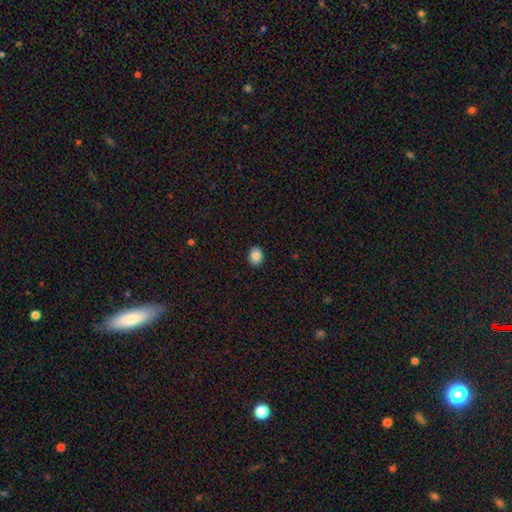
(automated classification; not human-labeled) Smooth or featured? Predicted: smooth (p=0.87). How rounded? Predicted: round (p=0.58). Merging? Predicted: none (p=0.91).